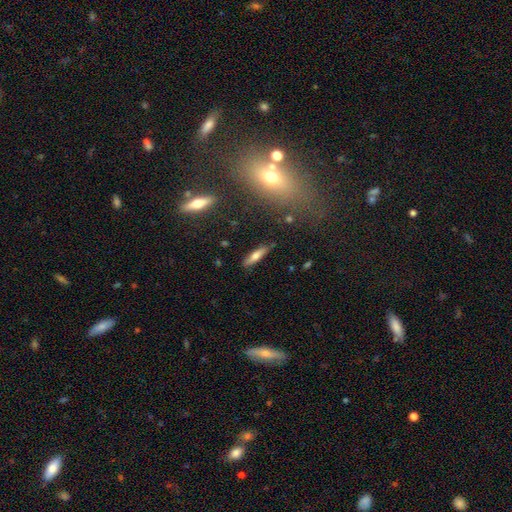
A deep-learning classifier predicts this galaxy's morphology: smooth-or-featured: smooth: 62% | featured or disk: 29% | star or artifact: 8%
  how-rounded: cigar-shaped: 71% | in between: 26% | round: 2%
  merging: none: 83% | minor disturbance: 12% | major disturbance: 3% | merger: 2%